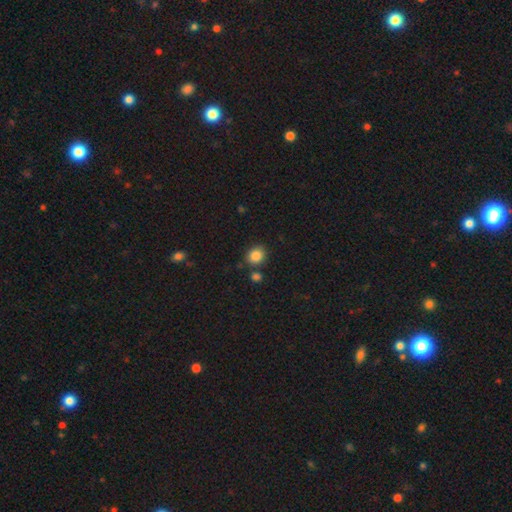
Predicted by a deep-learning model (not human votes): Q: Smooth or featured?
A: smooth (86%); runner-up: star or artifact (10%)
Q: How rounded?
A: round (73%); runner-up: in between (26%)
Q: Merging?
A: none (78%); runner-up: minor disturbance (10%)